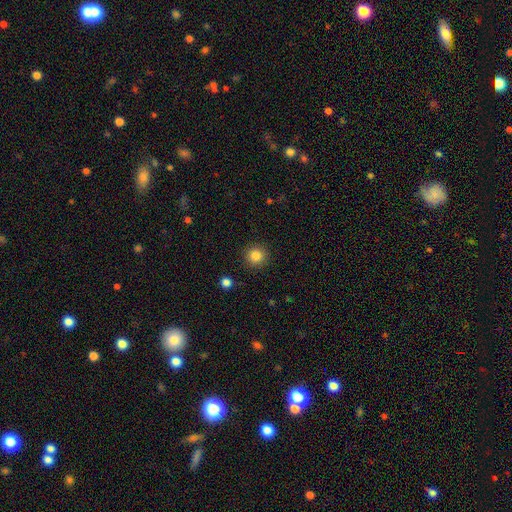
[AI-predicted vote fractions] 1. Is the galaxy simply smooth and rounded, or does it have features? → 84% smooth, 11% star or artifact, 5% featured or disk.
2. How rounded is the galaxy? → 94% round, 5% in between, 1% cigar-shaped.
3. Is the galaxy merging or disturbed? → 91% none, 5% minor disturbance, 2% major disturbance, 1% merger.